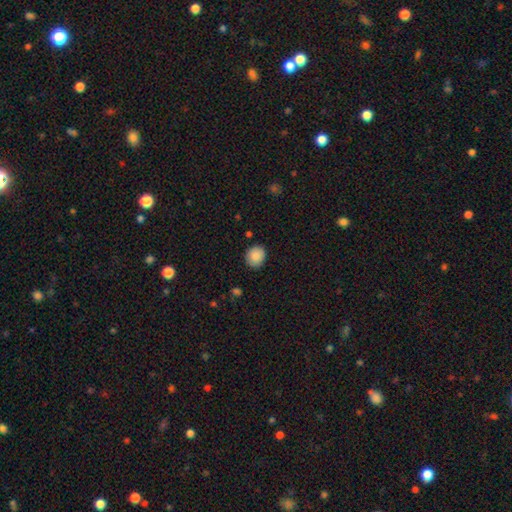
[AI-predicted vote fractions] Q: Smooth or featured?
A: smooth (87%); runner-up: star or artifact (8%)
Q: How rounded?
A: round (75%); runner-up: in between (24%)
Q: Merging?
A: none (86%); runner-up: minor disturbance (11%)